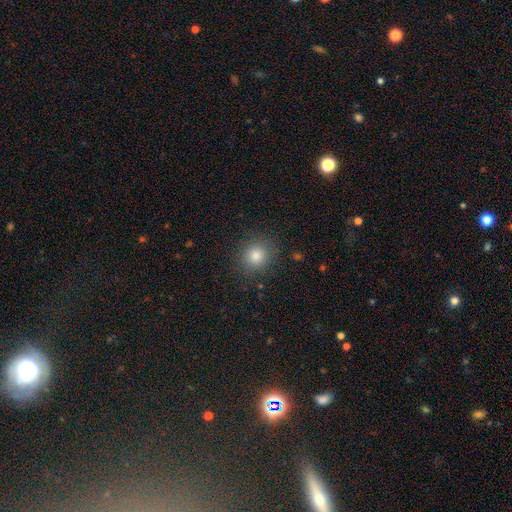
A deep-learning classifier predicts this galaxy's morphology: smooth 81%, star or artifact 12%, featured or disk 7%. Down the decision tree: how rounded — round (81%); merging — none (88%).